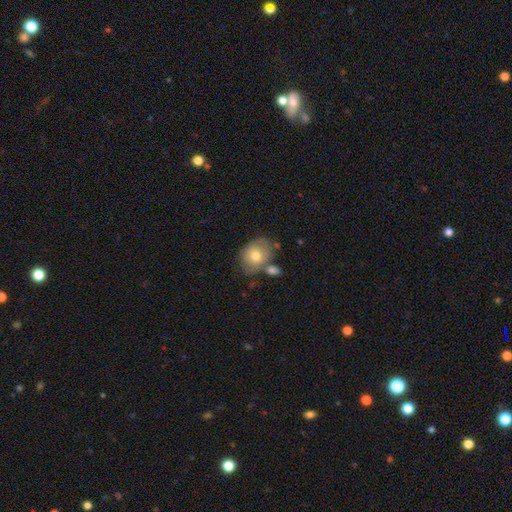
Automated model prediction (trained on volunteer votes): Morphology: type=smooth (70%); roundness=round (51%); merging=none (52%).